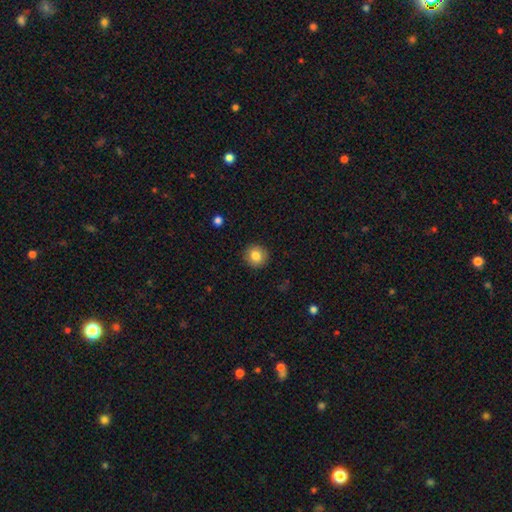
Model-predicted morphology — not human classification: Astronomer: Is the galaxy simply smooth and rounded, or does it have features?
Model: smooth — 84%.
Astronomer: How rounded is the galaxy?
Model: round — 93%.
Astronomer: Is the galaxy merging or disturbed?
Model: none — 92%.